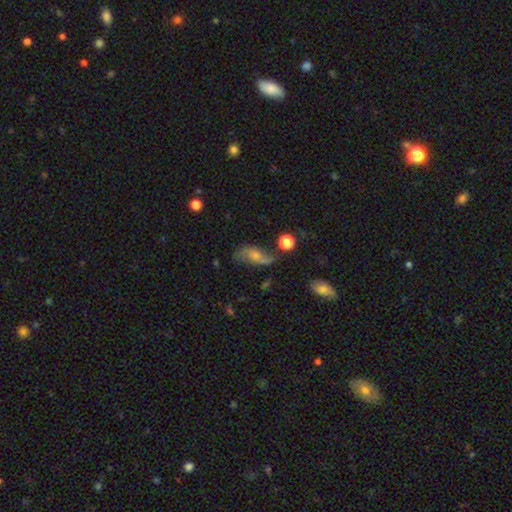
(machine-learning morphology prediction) A featured or disk galaxy (49%). Merging: none (45%).